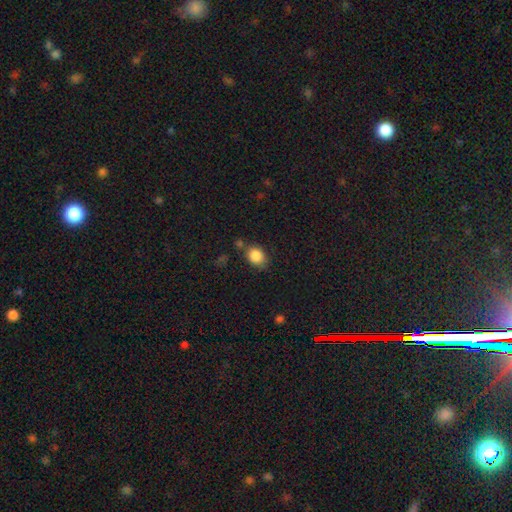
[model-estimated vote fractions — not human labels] Smooth or featured? Predicted: smooth (p=0.86). How rounded? Predicted: in between (p=0.55). Merging? Predicted: none (p=0.69).